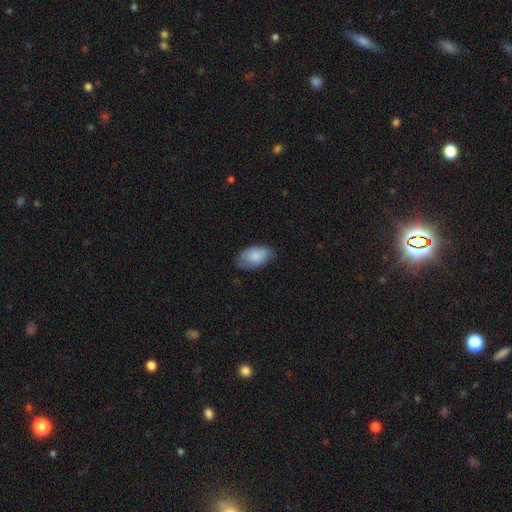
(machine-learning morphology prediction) A smooth galaxy with no disk features (80%) that is in between round and cigar-shaped (94%).

Vote fractions:
- Smooth or featured? smooth: 80% / featured or disk: 14% / star or artifact: 6%
- How rounded? in between: 94% / round: 5% / cigar-shaped: 2%
- Merging? none: 69% / minor disturbance: 25% / major disturbance: 5% / merger: 1%